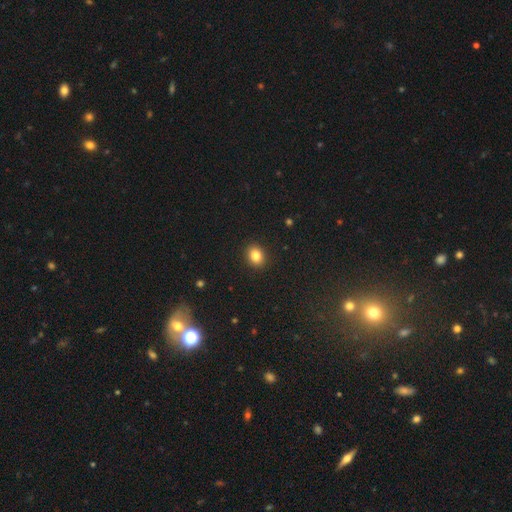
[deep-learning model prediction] smooth_or_featured: smooth (p=0.84) [alt: star or artifact p=0.10]
how_rounded: round (p=0.60) [alt: in between p=0.39]
merging: none (p=0.91) [alt: minor disturbance p=0.06]